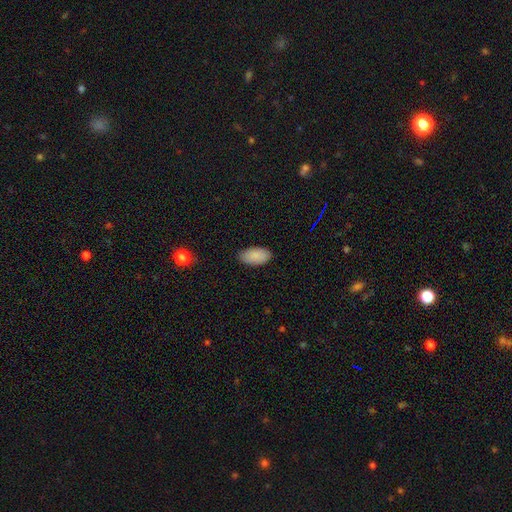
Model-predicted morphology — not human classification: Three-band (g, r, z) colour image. It shows a smooth galaxy with no disk features (89%) that is in between round and cigar-shaped (95%). Merging: none (87%).